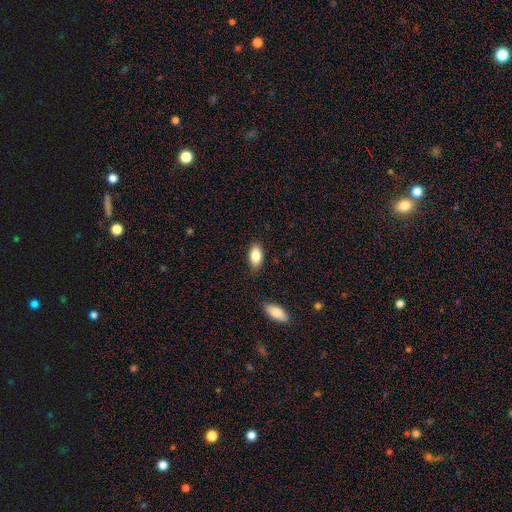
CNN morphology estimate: A smooth galaxy with no disk features (83%) that is in between round and cigar-shaped (90%). Merging: none (83%).